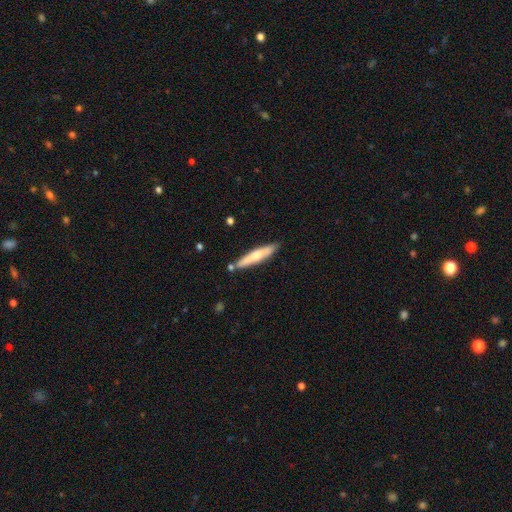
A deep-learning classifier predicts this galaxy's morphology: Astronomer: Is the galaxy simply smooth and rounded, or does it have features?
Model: smooth — 59% (runner-up: featured or disk, 35%).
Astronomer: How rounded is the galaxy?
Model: cigar-shaped — 90%.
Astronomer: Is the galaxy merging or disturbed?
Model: none — 78%.